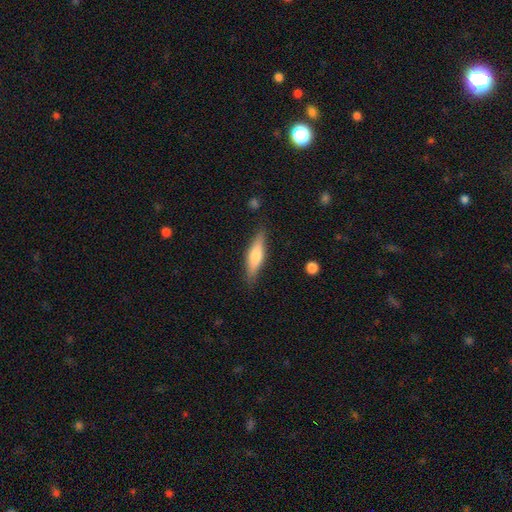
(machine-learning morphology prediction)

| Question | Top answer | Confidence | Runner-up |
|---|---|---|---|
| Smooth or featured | smooth | 61% | featured or disk (33%) |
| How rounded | cigar-shaped | 65% | in between (33%) |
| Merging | none | 85% | minor disturbance (12%) |